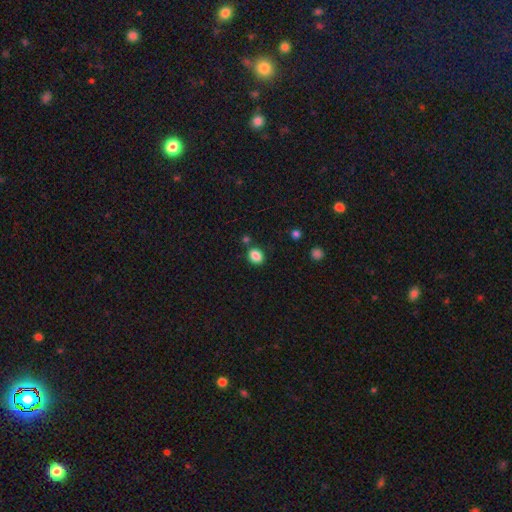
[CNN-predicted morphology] smooth_or_featured: smooth (p=0.86) [alt: star or artifact p=0.10]
how_rounded: in between (p=0.56) [alt: round p=0.43]
merging: none (p=0.78) [alt: minor disturbance p=0.11]